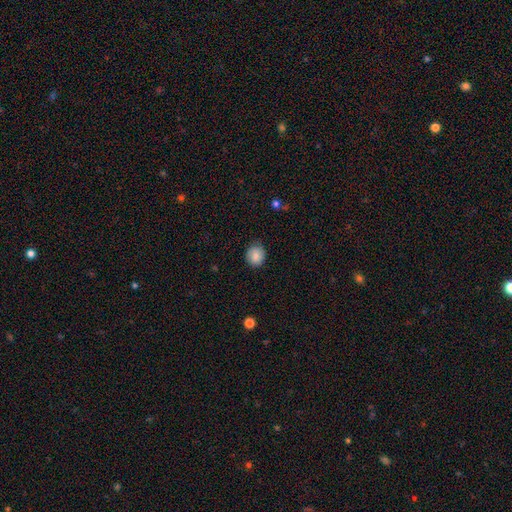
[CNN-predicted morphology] A smooth galaxy with no disk features (85%) that is round (78%).

Vote fractions:
- Smooth or featured? smooth: 85% / star or artifact: 8% / featured or disk: 6%
- How rounded? round: 78% / in between: 21% / cigar-shaped: 1%
- Merging? none: 83% / minor disturbance: 13% / major disturbance: 3% / merger: 1%